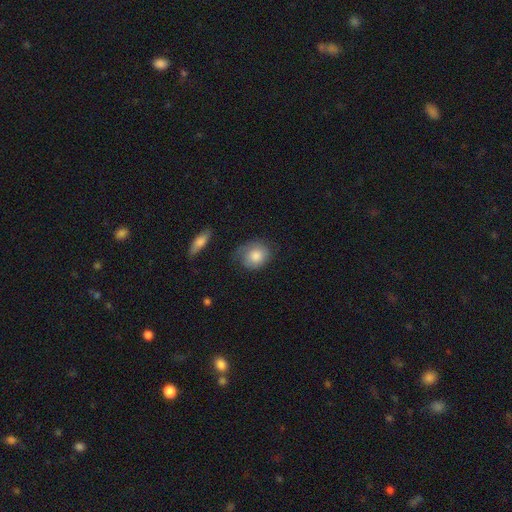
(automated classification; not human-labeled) This is likely a smooth galaxy (76%). How rounded: likely round (62%). Merging: possibly none (53%).